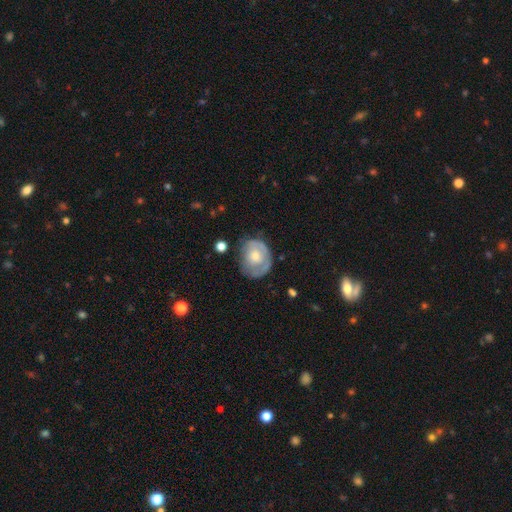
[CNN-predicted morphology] Smooth or featured? Predicted: smooth (p=0.50). How rounded? Predicted: round (p=0.54). Merging? Predicted: none (p=0.53).